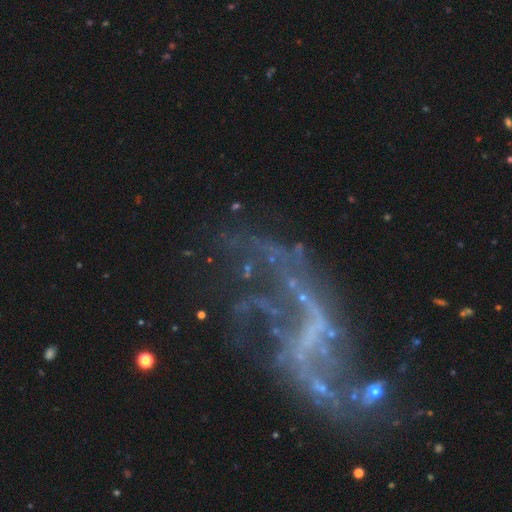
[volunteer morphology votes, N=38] Smooth or featured?
  - featured or disk: 89% *
  - star or artifact: 8%
  - smooth: 3%
Edge-on disk?
  - no: 100% *
  - yes: 0%
Bar?
  - strong: 41% * (tied)
  - weak: 41% * (tied)
  - no: 18%
Spiral arms?
  - yes: 85% *
  - no: 15%
Spiral winding?
  - loose: 100% *
  - tight: 0%
  - medium: 0%
Spiral arm count?
  - 3: 52% *
  - 2: 34%
  - 1: 7%
  - can't tell: 7%
  - 4: 0%
  - more than 4: 0%
Bulge size?
  - none: 91% *
  - small: 6%
  - moderate: 3%
  - dominant: 0%
  - large: 0%
Merging?
  - major disturbance: 43% *
  - none: 34%
  - minor disturbance: 14%
  - merger: 9%